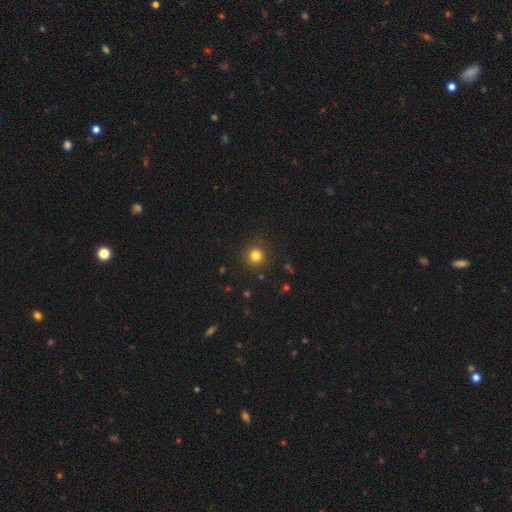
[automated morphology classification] Smooth or featured? smooth (80%)
How rounded? round (93%)
Merging? none (89%)